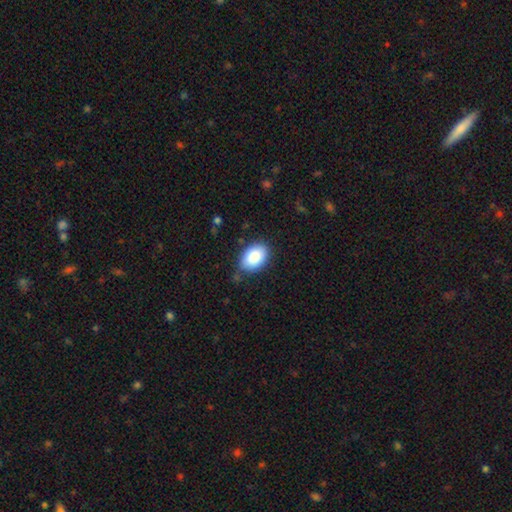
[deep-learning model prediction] Overall: smooth (88%). How rounded: in between (88%). Merging: none (77%).